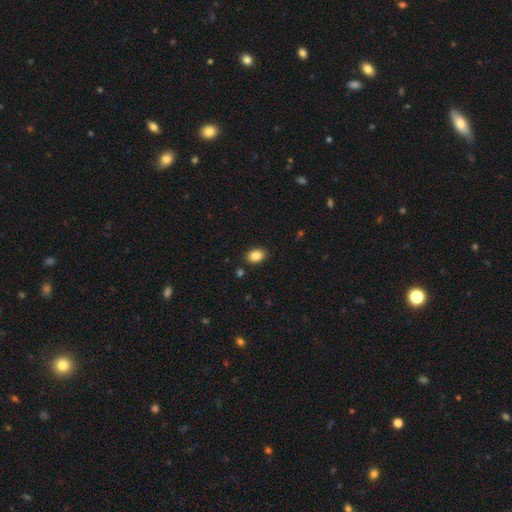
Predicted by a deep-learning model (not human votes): Smooth or featured? smooth (87%)
How rounded? in between (83%)
Merging? none (88%)